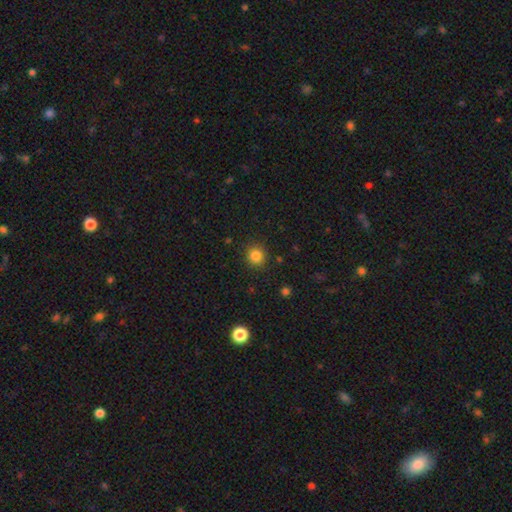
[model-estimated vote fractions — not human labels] Smooth or featured: smooth — 84% (star or artifact — 12%)
How rounded: round — 90% (in between — 9%)
Merging: none — 89% (minor disturbance — 7%)